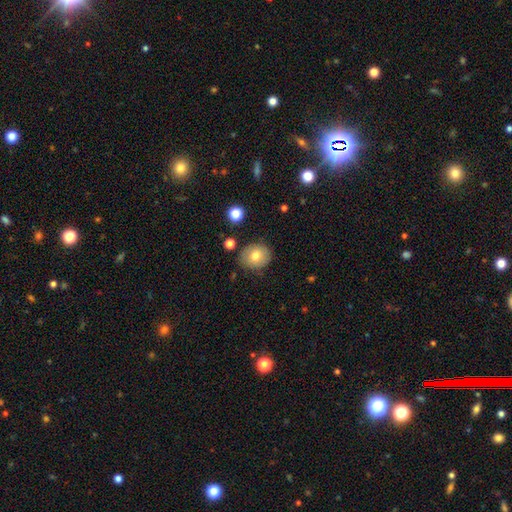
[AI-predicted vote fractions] smooth 74%, featured or disk 16%, star or artifact 10%. Down the decision tree: how rounded — round (70%); merging — none (80%).